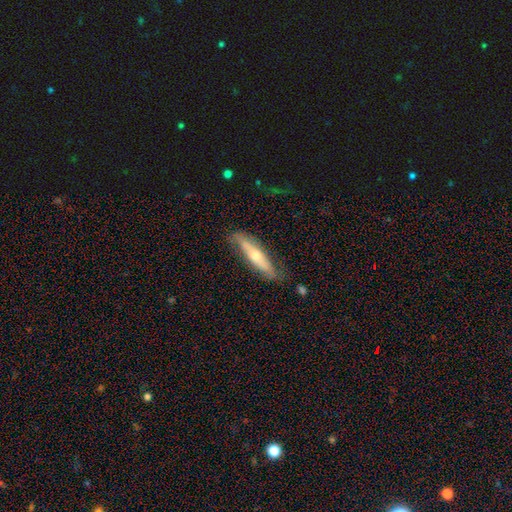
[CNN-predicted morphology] A featured or disk galaxy (50%) viewed edge-on (74%).

Vote fractions:
- Smooth or featured? featured or disk: 50% / smooth: 44% / star or artifact: 6%
- Edge-on disk? yes: 74% / no: 26%
- Merging? none: 75% / minor disturbance: 18% / major disturbance: 5% / merger: 2%